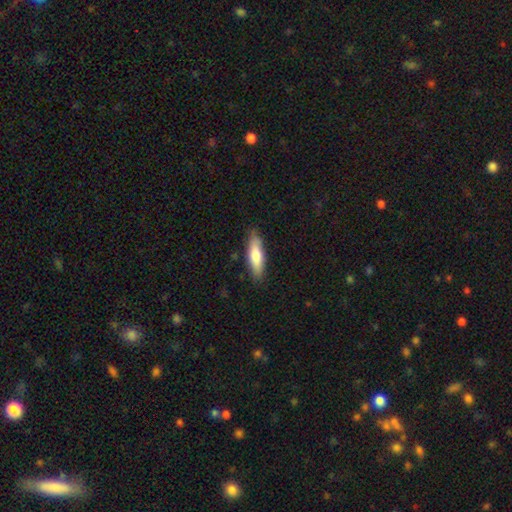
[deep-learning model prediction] Overall: smooth (74%). How rounded: cigar-shaped (58%; in between 40%). Merging: none (83%).